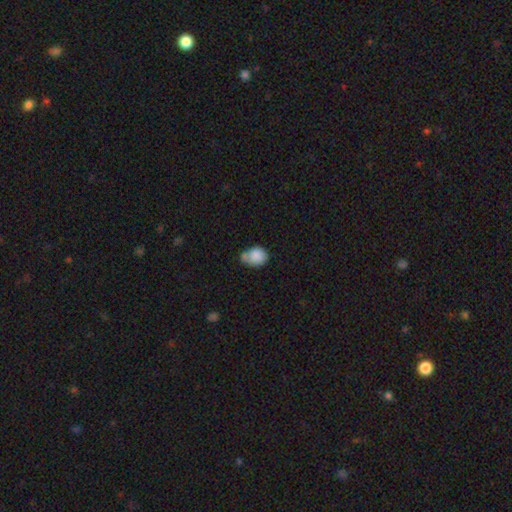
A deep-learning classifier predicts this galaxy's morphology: smooth_or_featured: smooth (p=0.84) [alt: star or artifact p=0.08]
how_rounded: round (p=0.53) [alt: in between p=0.46]
merging: none (p=0.39) [alt: merger p=0.31]